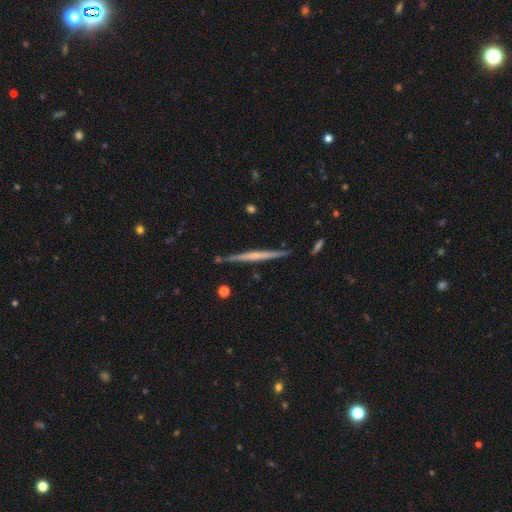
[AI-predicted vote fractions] A featured or disk galaxy (65%) viewed edge-on (98%) with no central bulge (63%).

Vote fractions:
- Smooth or featured? featured or disk: 65% / smooth: 29% / star or artifact: 5%
- Edge-on disk? yes: 98% / no: 2%
- Edge-on bulge? none: 63% / rounded: 27% / boxy: 10%
- Merging? none: 88% / minor disturbance: 8% / merger: 2% / major disturbance: 1%